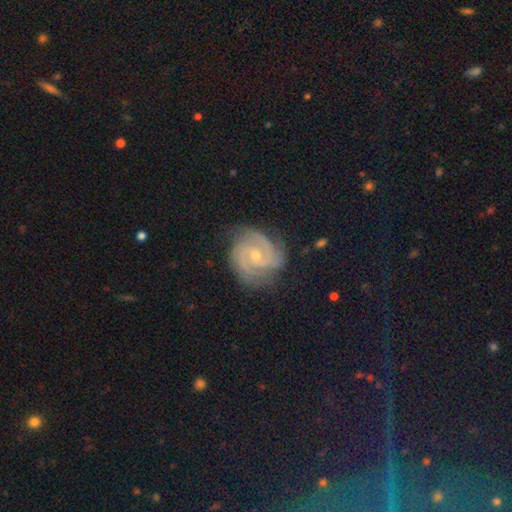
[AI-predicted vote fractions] Smooth or featured? featured or disk (91%)
Edge-on disk? no (98%)
Bar? no (57%)
Spiral arms? yes (98%)
Spiral winding? tight (63%)
Spiral arm count? 2 (49%)
Bulge size? small (53%)
Merging? none (78%)